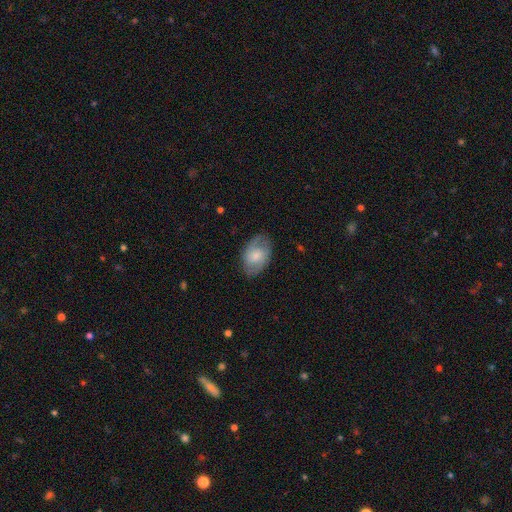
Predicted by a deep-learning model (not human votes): A smooth galaxy with no disk features (50%).

Vote fractions:
- Smooth or featured? smooth: 50% / featured or disk: 44% / star or artifact: 7%
- Merging? none: 73% / minor disturbance: 19% / major disturbance: 6% / merger: 1%